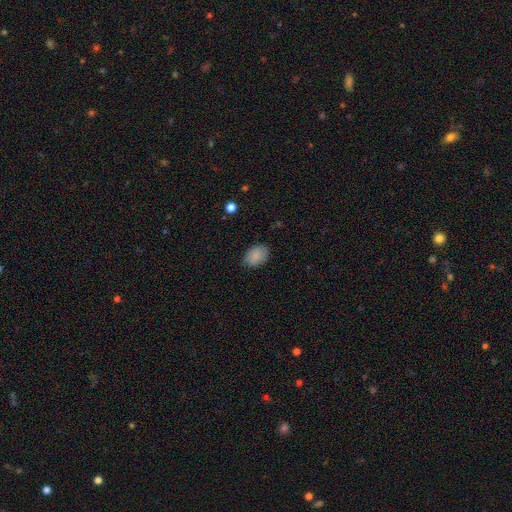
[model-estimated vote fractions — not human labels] Q: Smooth or featured?
A: smooth (86%); runner-up: star or artifact (7%)
Q: How rounded?
A: in between (81%); runner-up: round (18%)
Q: Merging?
A: none (76%); runner-up: minor disturbance (19%)